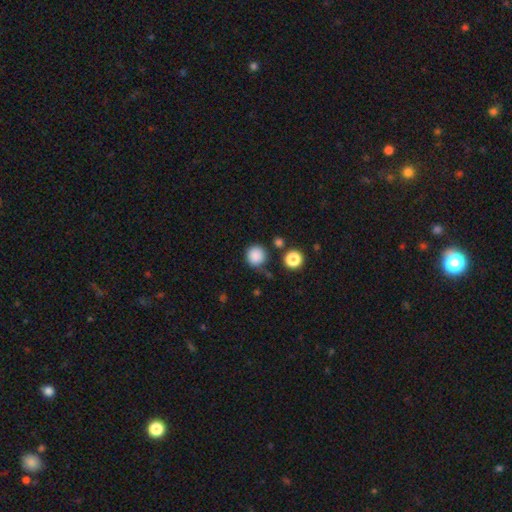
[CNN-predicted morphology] Smooth or featured: smooth — 86% (star or artifact — 10%)
How rounded: round — 94% (in between — 5%)
Merging: none — 80% (minor disturbance — 12%)